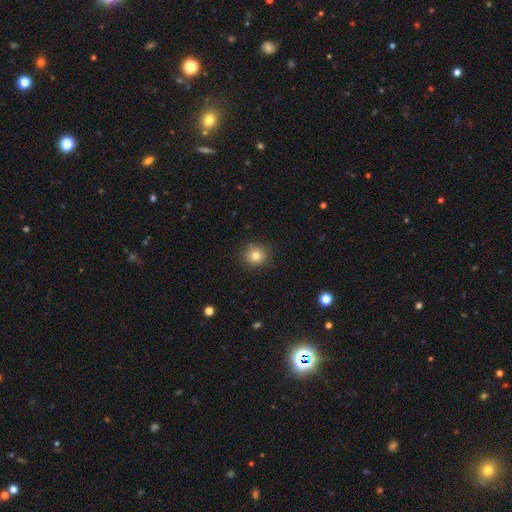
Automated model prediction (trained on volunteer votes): The model was most divided on "smooth or featured": smooth: 79%, star or artifact: 13%, featured or disk: 9%. More confident: how rounded — round (91%); merging — none (89%).